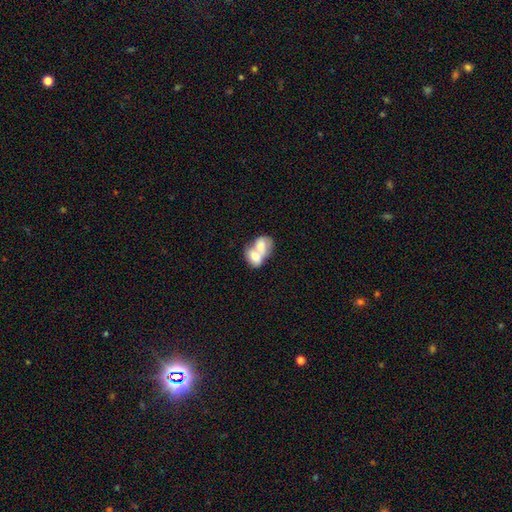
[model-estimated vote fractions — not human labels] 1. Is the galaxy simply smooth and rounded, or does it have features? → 66% smooth, 28% featured or disk, 6% star or artifact.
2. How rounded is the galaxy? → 78% in between, 20% round, 1% cigar-shaped.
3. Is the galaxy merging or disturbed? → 81% merger, 10% none, 5% minor disturbance, 4% major disturbance.